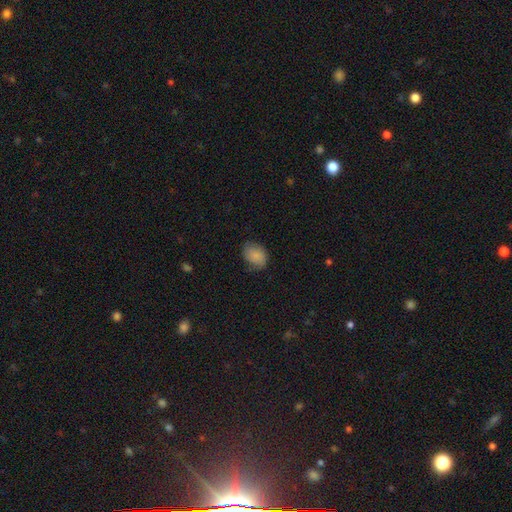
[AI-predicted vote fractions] This is likely a smooth galaxy (75%). How rounded: possibly in between (58%). Merging: likely none (64%).